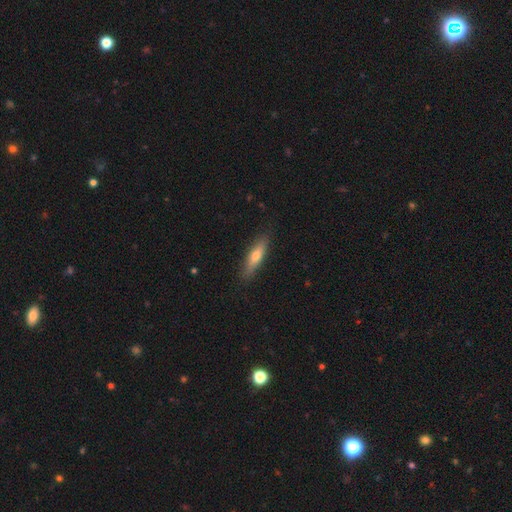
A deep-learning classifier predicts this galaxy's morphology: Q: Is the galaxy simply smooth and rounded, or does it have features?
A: smooth — 57%.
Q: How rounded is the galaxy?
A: cigar-shaped — 74%.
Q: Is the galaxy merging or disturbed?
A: none — 86%.